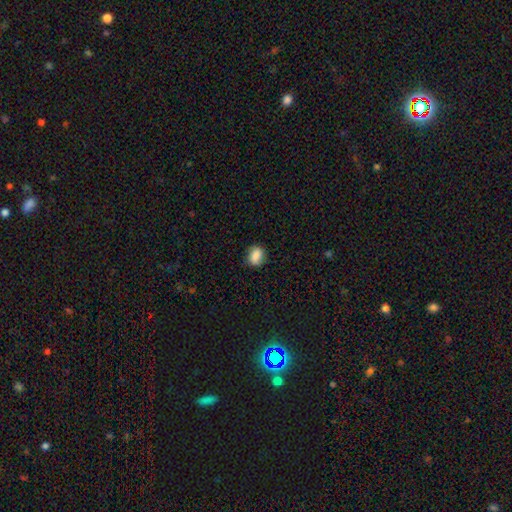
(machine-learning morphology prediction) The model was most divided on "how rounded": in between: 54%, round: 45%, cigar-shaped: 2%. More confident: smooth or featured — smooth (83%); merging — none (79%).